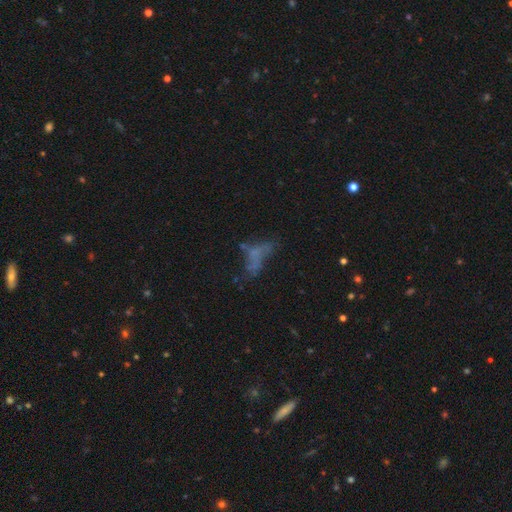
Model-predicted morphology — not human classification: smooth_or_featured: smooth (p=0.40) [alt: featured or disk p=0.38]
merging: none (p=0.35) [alt: major disturbance p=0.33]